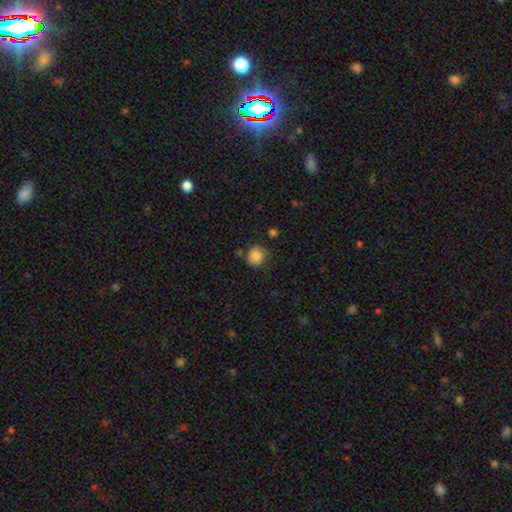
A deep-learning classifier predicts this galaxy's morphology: Overall: smooth (84%). How rounded: round (86%). Merging: none (71%).